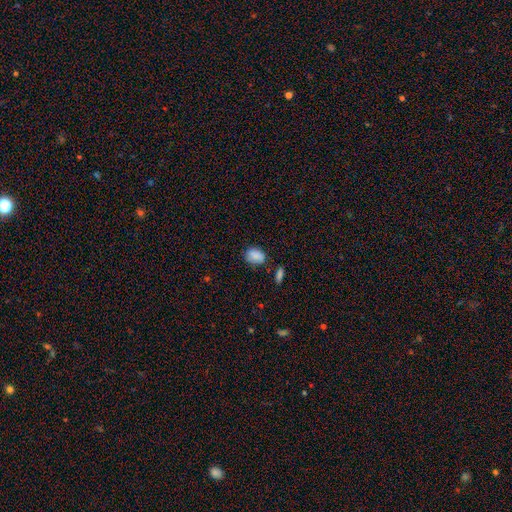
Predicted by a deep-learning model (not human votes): Smooth or featured?
  - smooth: 85% *
  - star or artifact: 9%
  - featured or disk: 6%
How rounded?
  - in between: 68% *
  - round: 30%
  - cigar-shaped: 1%
Merging?
  - none: 71% *
  - minor disturbance: 20%
  - merger: 5%
  - major disturbance: 4%